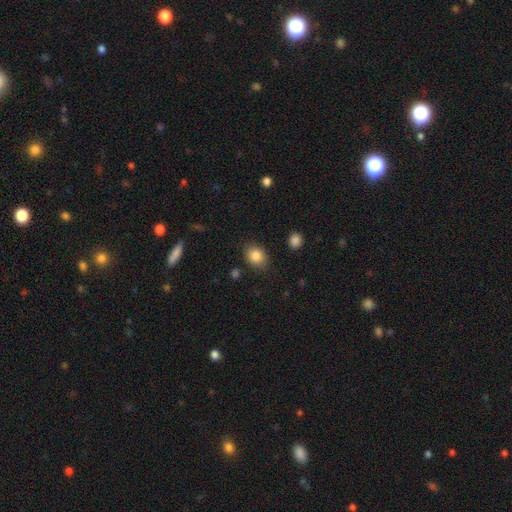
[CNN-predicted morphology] A smooth galaxy with no disk features (85%) that is in between round and cigar-shaped (56%). Merging: none (83%).